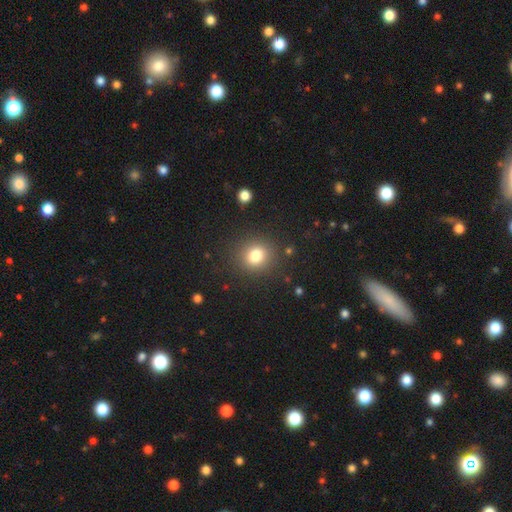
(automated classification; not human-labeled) Smooth or featured?
  - smooth: 79% *
  - star or artifact: 13%
  - featured or disk: 8%
How rounded?
  - round: 83% *
  - in between: 17%
  - cigar-shaped: 1%
Merging?
  - none: 87% *
  - minor disturbance: 8%
  - major disturbance: 4%
  - merger: 2%